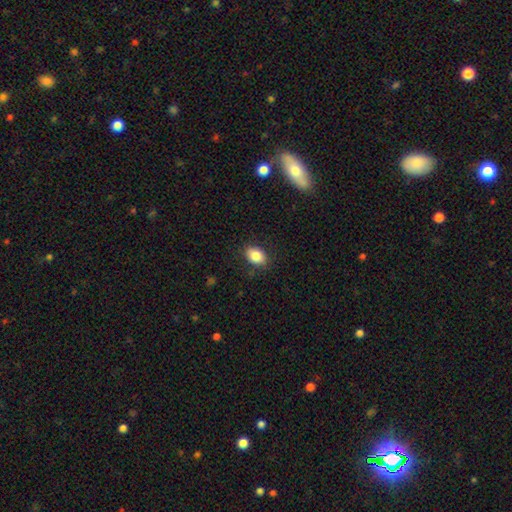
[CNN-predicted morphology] A smooth galaxy with no disk features (85%) that is in between round and cigar-shaped (80%). Merging: none (86%).